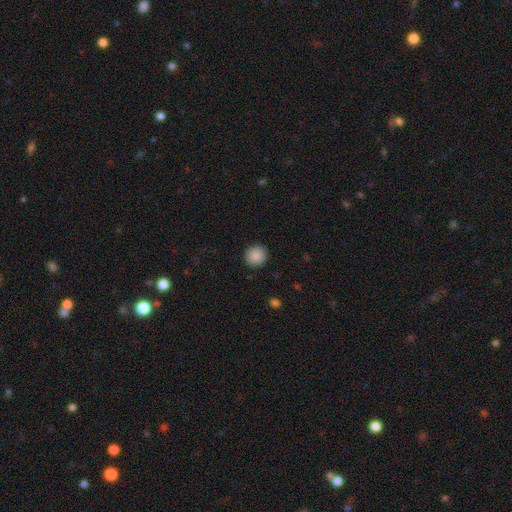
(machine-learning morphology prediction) smooth_or_featured: smooth (p=0.89) [alt: star or artifact p=0.08]
how_rounded: round (p=0.91) [alt: in between p=0.08]
merging: none (p=0.92) [alt: minor disturbance p=0.06]